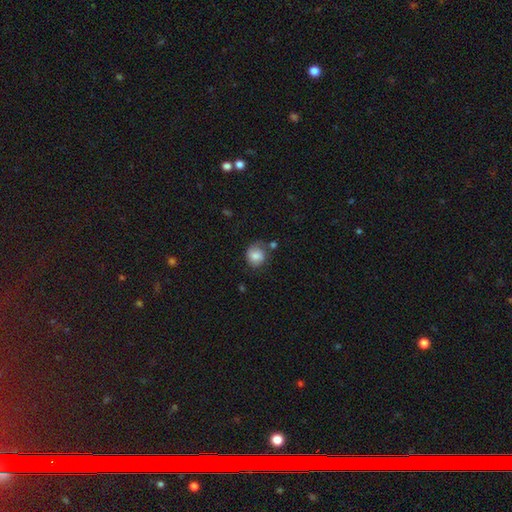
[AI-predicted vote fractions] A smooth galaxy with no disk features (78%) that is round (78%).

Vote fractions:
- Smooth or featured? smooth: 78% / featured or disk: 13% / star or artifact: 9%
- How rounded? round: 78% / in between: 21% / cigar-shaped: 1%
- Merging? none: 61% / minor disturbance: 23% / major disturbance: 8% / merger: 8%